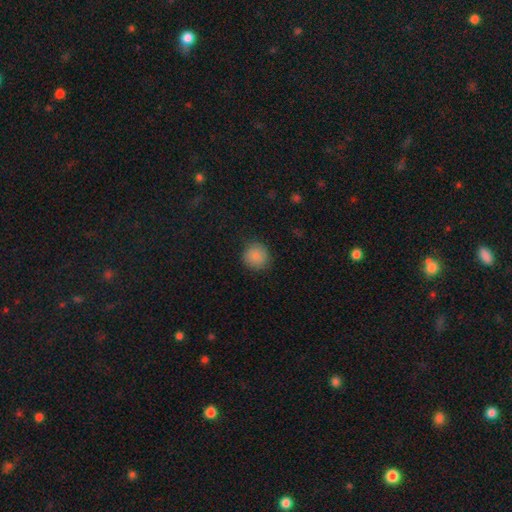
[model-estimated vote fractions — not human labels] Smooth or featured?
  - smooth: 86% *
  - star or artifact: 9%
  - featured or disk: 5%
How rounded?
  - round: 93% *
  - in between: 7%
  - cigar-shaped: 1%
Merging?
  - none: 85% *
  - minor disturbance: 11%
  - major disturbance: 3%
  - merger: 1%